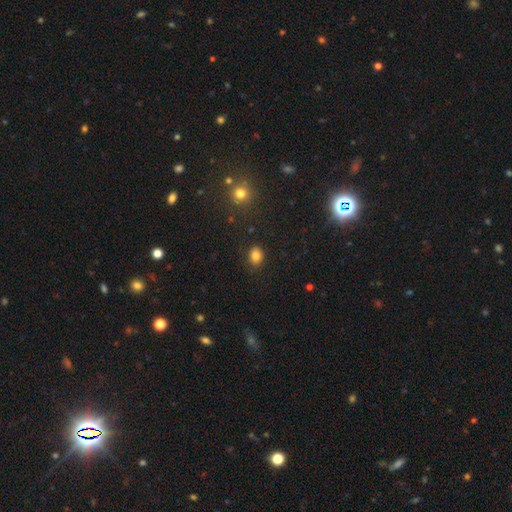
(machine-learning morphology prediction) smooth 83%, star or artifact 12%, featured or disk 6%. Down the decision tree: how rounded — round (50%); merging — none (87%).